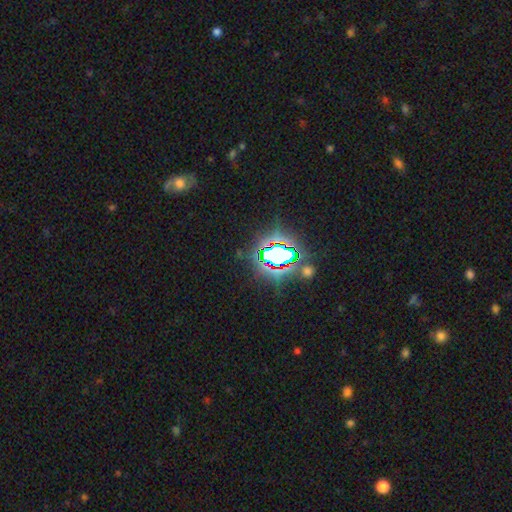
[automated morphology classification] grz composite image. It shows a star or artifact, not a galaxy (76%).